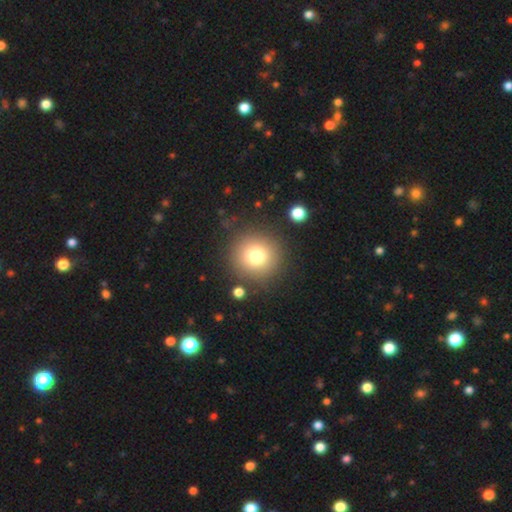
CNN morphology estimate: type=smooth (77%); roundness=round (95%); merging=none (85%).